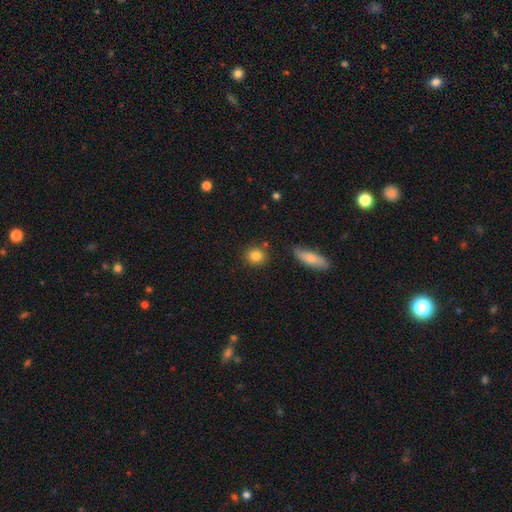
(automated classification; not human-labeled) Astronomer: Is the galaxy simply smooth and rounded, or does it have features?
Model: smooth — 84%.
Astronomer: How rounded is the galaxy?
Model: round — 80%.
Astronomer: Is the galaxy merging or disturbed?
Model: none — 84%.